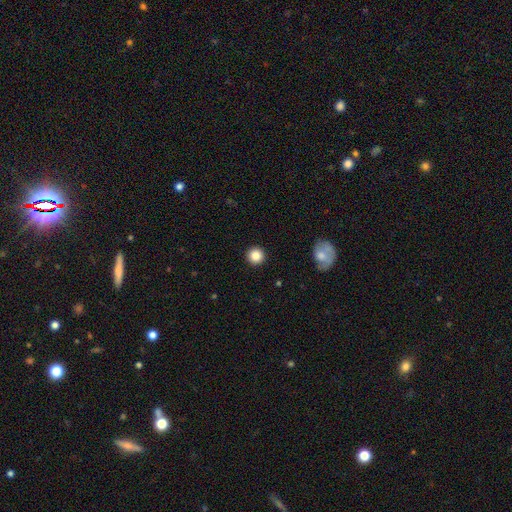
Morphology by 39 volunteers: This is clearly a smooth galaxy (92%). How rounded: clearly round (97%). Merging: clearly none (92%).